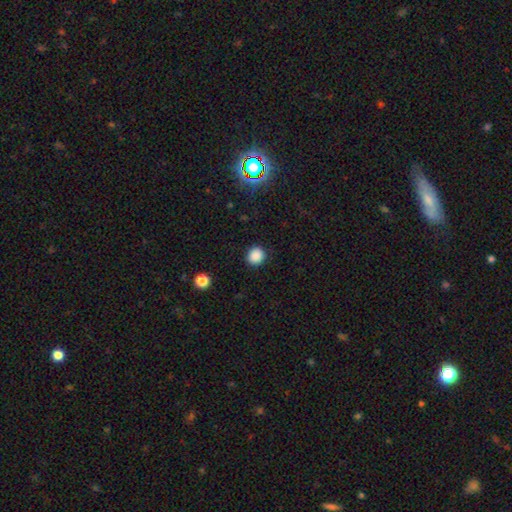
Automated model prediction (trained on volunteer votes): A smooth galaxy with no disk features (87%) that is round (85%). Merging: none (90%).